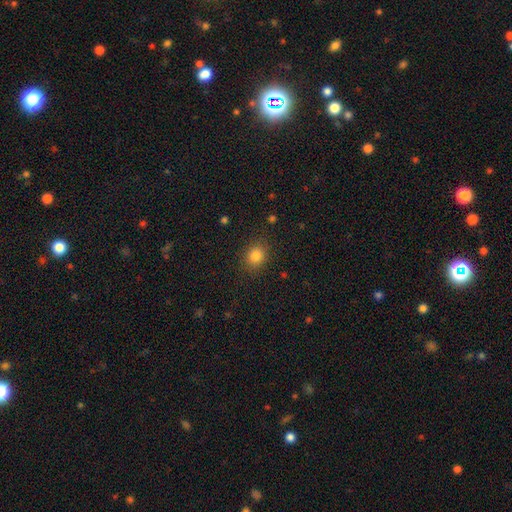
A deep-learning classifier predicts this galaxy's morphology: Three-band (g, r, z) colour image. It shows a smooth galaxy with no disk features (83%) that is round (66%). Merging: none (86%).